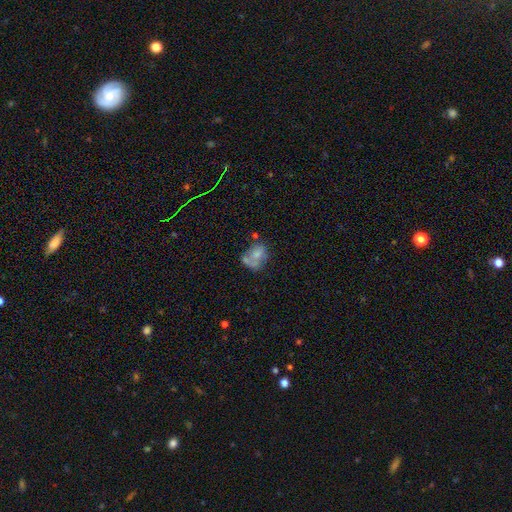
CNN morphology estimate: This appears to be a smooth galaxy with no disk features (60%) that is in between round and cigar-shaped (57%). Merging: merger (30%, tied with none).